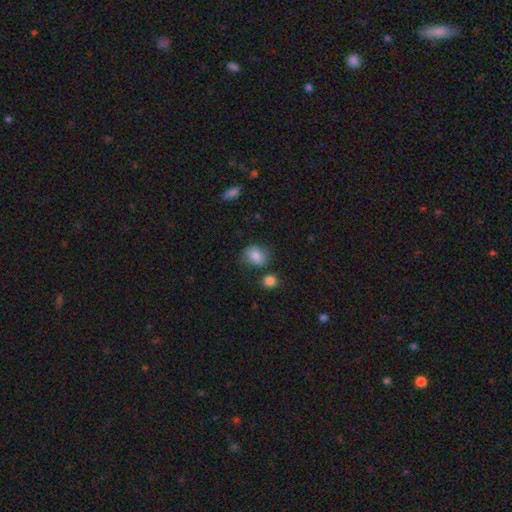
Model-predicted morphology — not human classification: The model was most divided on "how rounded": in between: 53%, round: 46%, cigar-shaped: 1%. More confident: smooth or featured — smooth (81%); merging — none (63%).